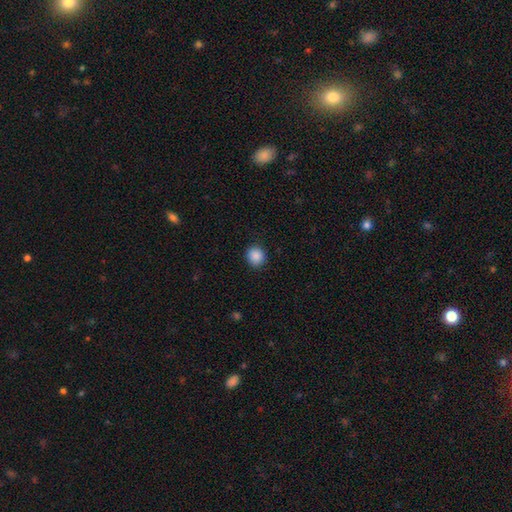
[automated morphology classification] Smooth or featured? smooth (89%)
How rounded? round (86%)
Merging? none (90%)